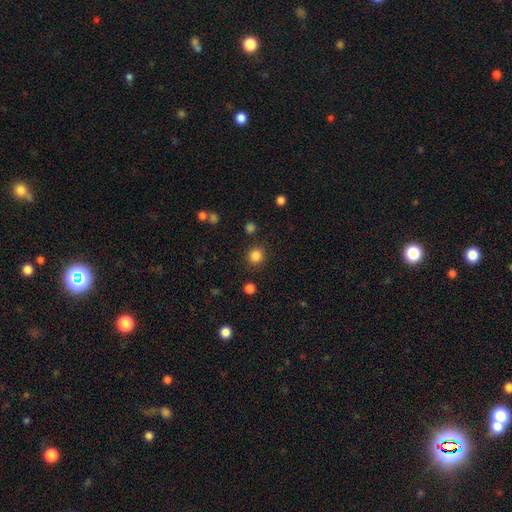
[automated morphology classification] smooth_or_featured: smooth (p=0.84) [alt: star or artifact p=0.12]
how_rounded: round (p=0.89) [alt: in between p=0.10]
merging: none (p=0.88) [alt: minor disturbance p=0.07]